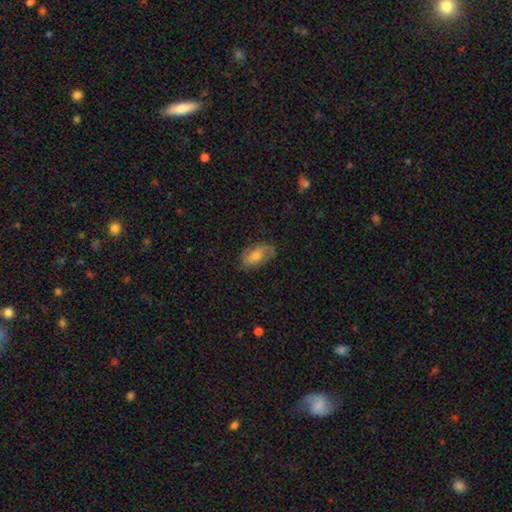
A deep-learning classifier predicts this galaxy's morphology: smooth-or-featured: smooth: 53% | featured or disk: 38% | star or artifact: 9%
  how-rounded: in between: 90% | round: 7% | cigar-shaped: 3%
  merging: none: 71% | minor disturbance: 21% | major disturbance: 6% | merger: 1%